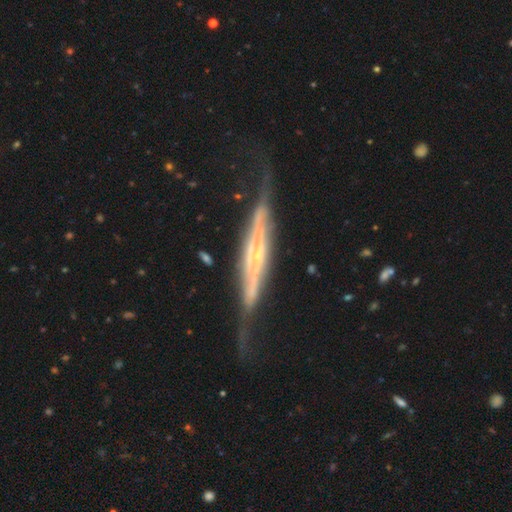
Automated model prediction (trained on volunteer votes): Smooth or featured?
  - featured or disk: 84% *
  - smooth: 10%
  - star or artifact: 6%
Edge-on disk?
  - yes: 81% *
  - no: 19%
Edge-on bulge?
  - rounded: 46% *
  - none: 33%
  - boxy: 21%
Merging?
  - none: 64% *
  - minor disturbance: 22%
  - major disturbance: 11%
  - merger: 2%